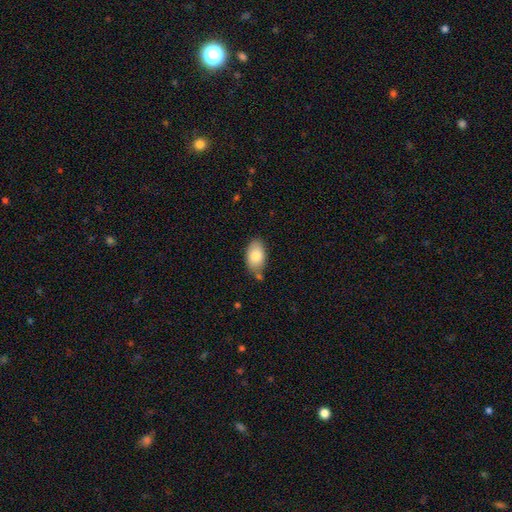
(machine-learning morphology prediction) This is clearly a smooth galaxy (83%). How rounded: clearly in between (92%). Merging: likely none (68%).